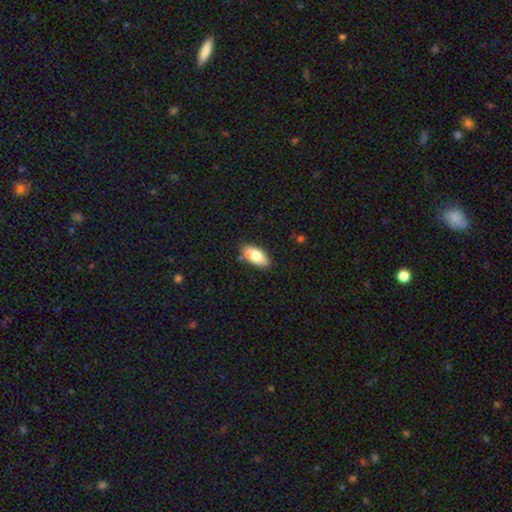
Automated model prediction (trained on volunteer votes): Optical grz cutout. It shows a smooth galaxy with no disk features (76%) that is in between round and cigar-shaped (91%). Merging: none (79%).